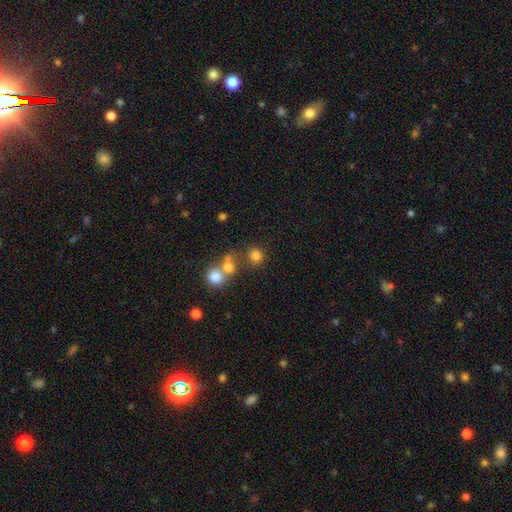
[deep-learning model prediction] smooth-or-featured: smooth: 77% | star or artifact: 15% | featured or disk: 8%
  how-rounded: round: 83% | in between: 16% | cigar-shaped: 1%
  merging: none: 64% | merger: 23% | minor disturbance: 9% | major disturbance: 4%